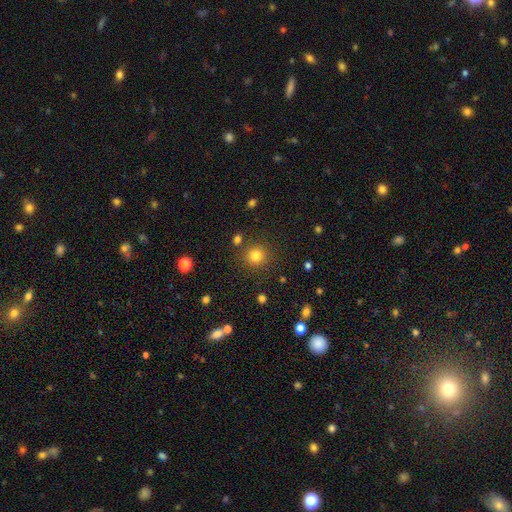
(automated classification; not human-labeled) Overall: smooth (81%). How rounded: round (92%). Merging: none (85%).